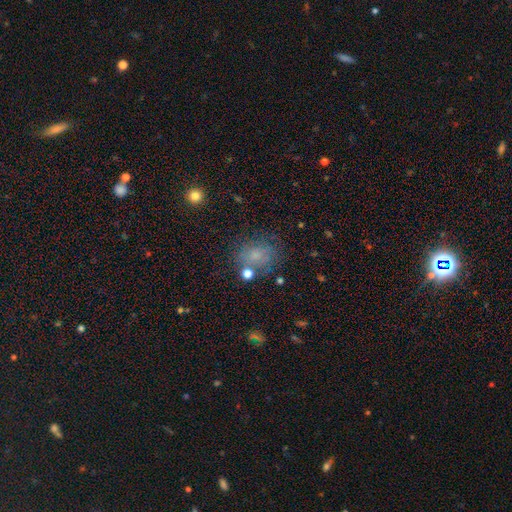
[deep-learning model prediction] Smooth or featured?
  - smooth: 66% *
  - star or artifact: 19%
  - featured or disk: 15%
How rounded?
  - round: 55% *
  - in between: 44%
  - cigar-shaped: 1%
Merging?
  - none: 65% *
  - minor disturbance: 18%
  - major disturbance: 10%
  - merger: 7%